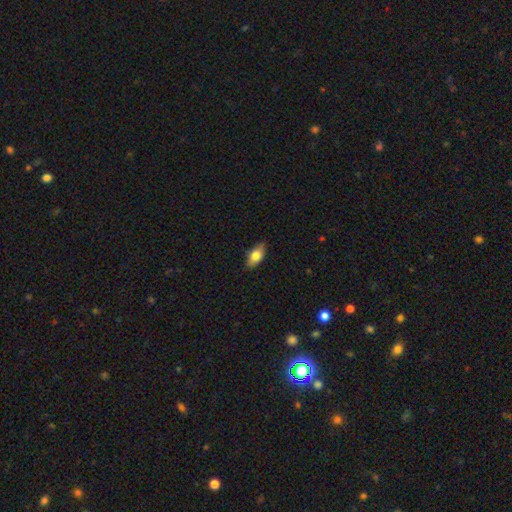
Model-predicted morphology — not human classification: type=smooth (77%); roundness=in between (89%); merging=none (85%).